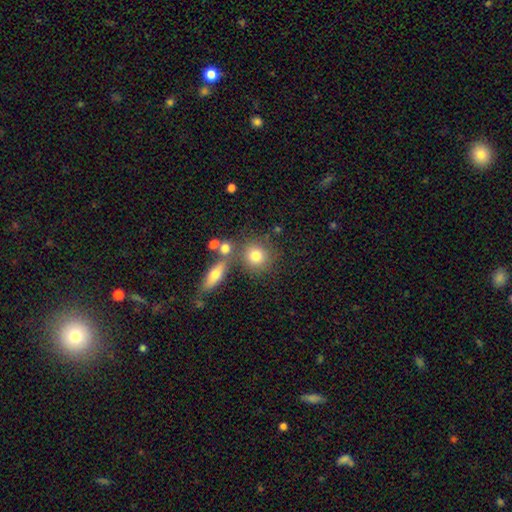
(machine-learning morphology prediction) Smooth or featured?
  - smooth: 76% *
  - featured or disk: 12%
  - star or artifact: 12%
How rounded?
  - round: 85% *
  - in between: 13%
  - cigar-shaped: 2%
Merging?
  - none: 66% *
  - merger: 19%
  - minor disturbance: 10%
  - major disturbance: 5%